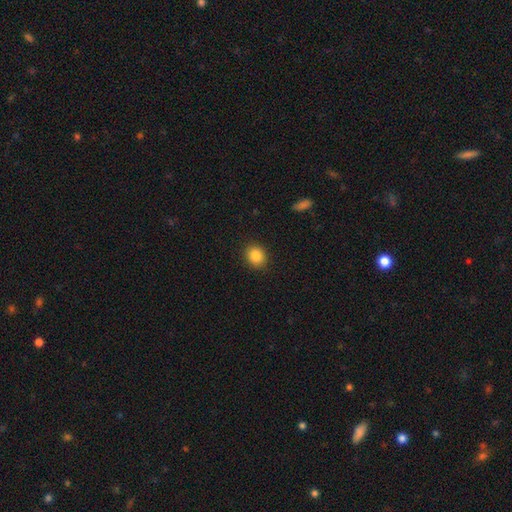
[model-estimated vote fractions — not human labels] Smooth or featured? Predicted: smooth (p=0.86). How rounded? Predicted: round (p=0.64). Merging? Predicted: none (p=0.90).